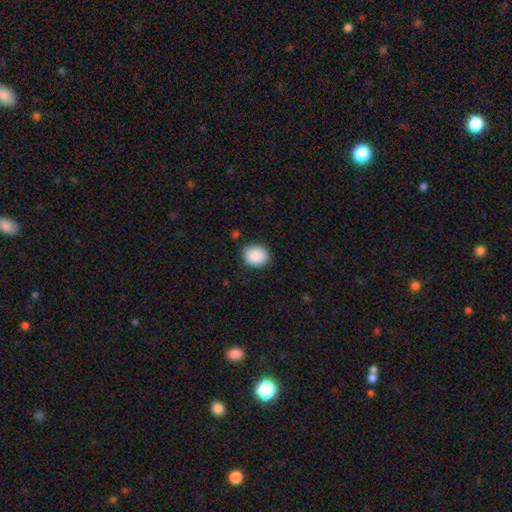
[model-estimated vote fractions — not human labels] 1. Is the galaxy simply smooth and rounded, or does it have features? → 89% smooth, 7% star or artifact, 3% featured or disk.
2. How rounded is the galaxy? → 53% round, 46% in between, 1% cigar-shaped.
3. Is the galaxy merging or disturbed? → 86% none, 10% minor disturbance, 3% major disturbance, 1% merger.